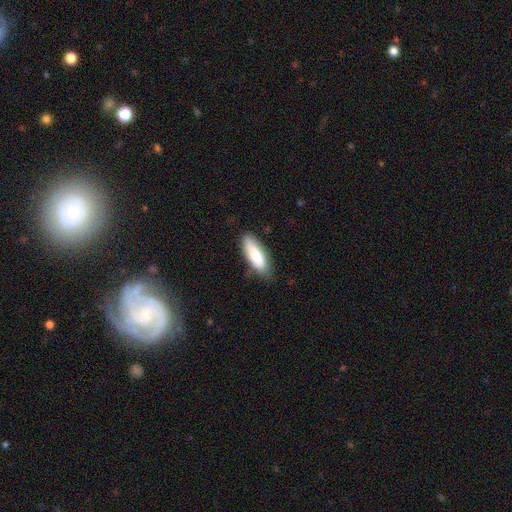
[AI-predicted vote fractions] smooth-or-featured: smooth: 83% | featured or disk: 12% | star or artifact: 6%
  how-rounded: in between: 60% | cigar-shaped: 39% | round: 2%
  merging: none: 79% | minor disturbance: 17% | major disturbance: 3% | merger: 1%